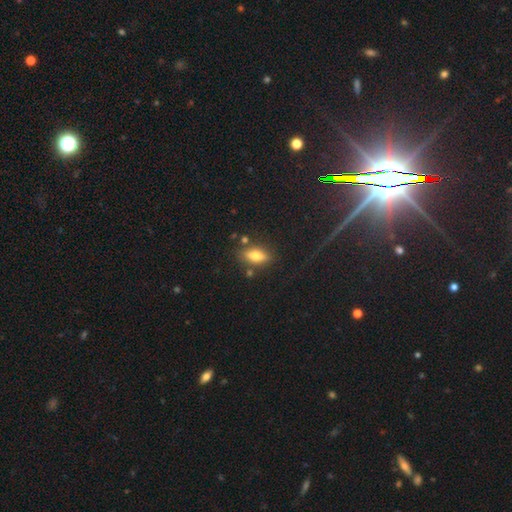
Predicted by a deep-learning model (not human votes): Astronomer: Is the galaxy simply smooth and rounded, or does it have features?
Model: smooth — 69%.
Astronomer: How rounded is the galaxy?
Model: in between — 78%.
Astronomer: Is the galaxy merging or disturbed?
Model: none — 79%.